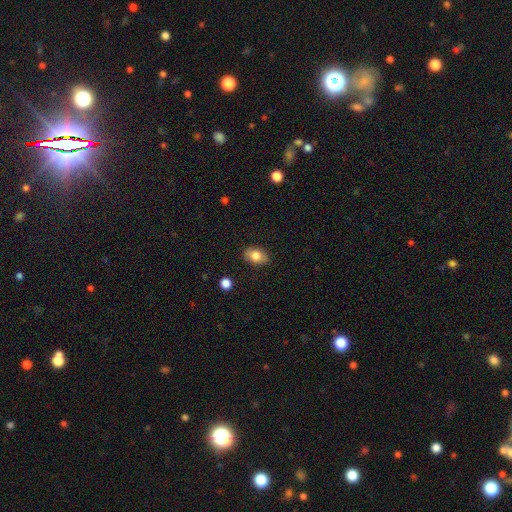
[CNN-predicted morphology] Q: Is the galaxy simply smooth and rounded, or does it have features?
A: smooth — 80%.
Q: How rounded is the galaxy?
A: in between — 85%.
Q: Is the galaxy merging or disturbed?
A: none — 87%.